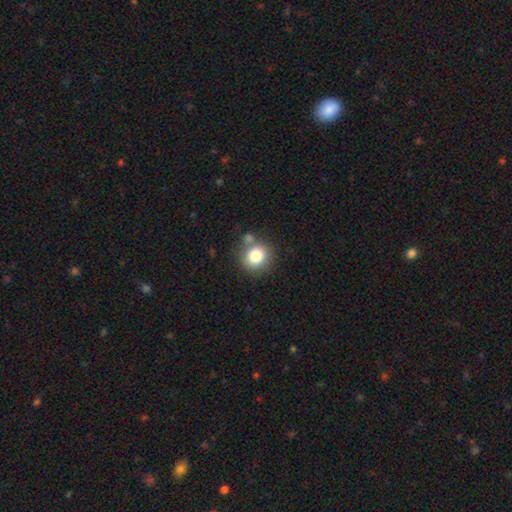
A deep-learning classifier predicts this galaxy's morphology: Q: Smooth or featured?
A: smooth (80%); runner-up: star or artifact (11%)
Q: How rounded?
A: round (87%); runner-up: in between (12%)
Q: Merging?
A: none (67%); runner-up: merger (16%)